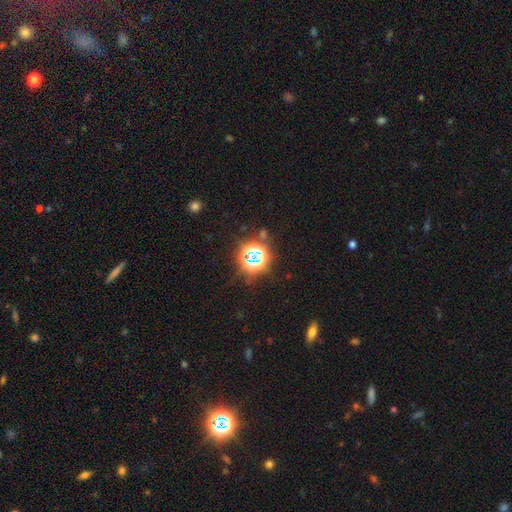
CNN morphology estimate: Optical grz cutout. It shows a star or artifact, not a galaxy (74%).